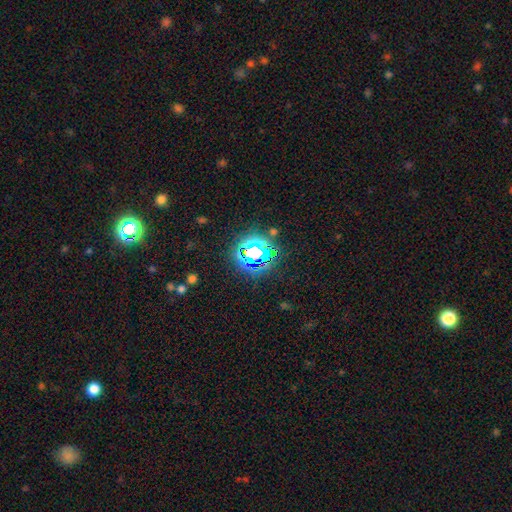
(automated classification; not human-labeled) This appears to be a star or artifact, not a galaxy (78%).